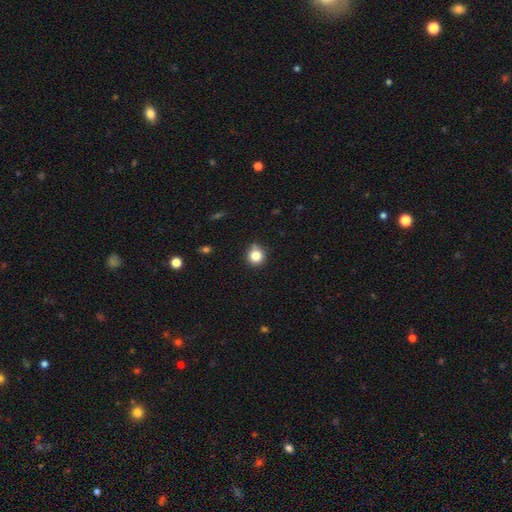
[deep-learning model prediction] Smooth or featured?
  - smooth: 82% *
  - star or artifact: 11%
  - featured or disk: 7%
How rounded?
  - round: 89% *
  - in between: 10%
  - cigar-shaped: 1%
Merging?
  - none: 79% *
  - minor disturbance: 15%
  - merger: 3%
  - major disturbance: 3%